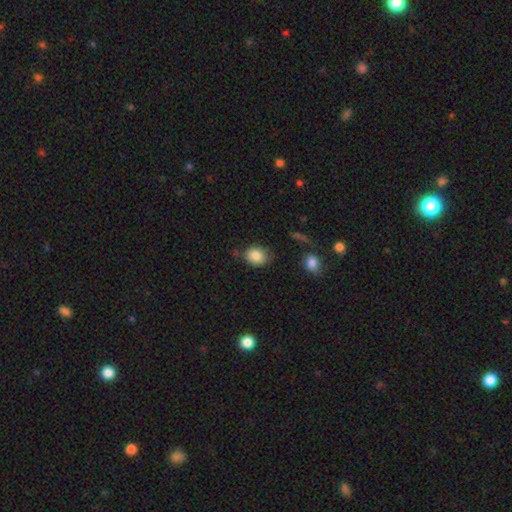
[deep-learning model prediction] smooth_or_featured: smooth (p=0.86) [alt: star or artifact p=0.08]
how_rounded: round (p=0.52) [alt: in between p=0.47]
merging: none (p=0.70) [alt: minor disturbance p=0.20]